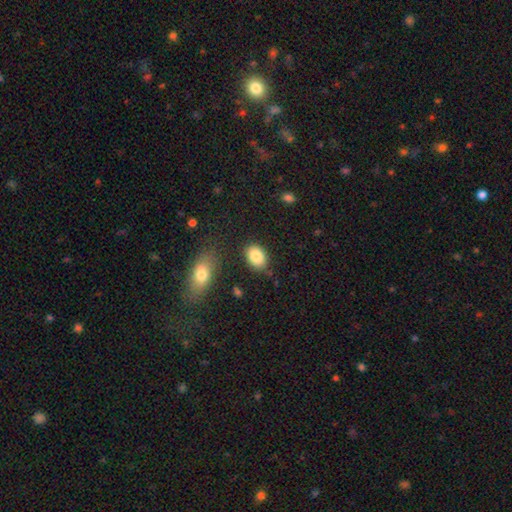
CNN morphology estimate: This is clearly a smooth galaxy (85%). How rounded: likely in between (80%). Merging: clearly none (82%).